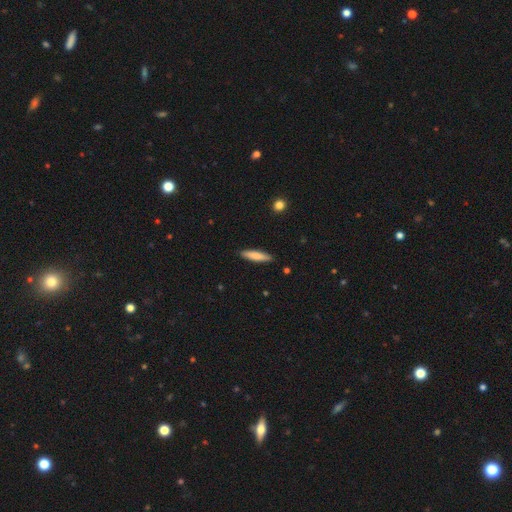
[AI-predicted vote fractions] Overall: smooth (78%). How rounded: cigar-shaped (80%). Merging: none (90%).